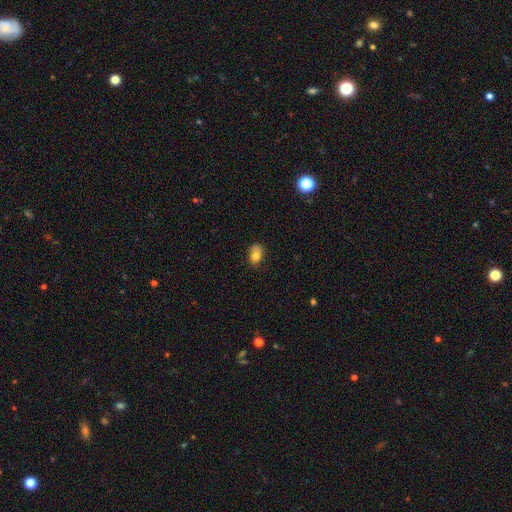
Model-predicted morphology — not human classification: The model was most divided on "merging": none: 68%, minor disturbance: 25%, major disturbance: 5%, merger: 2%. More confident: smooth or featured — smooth (79%); how rounded — in between (78%).